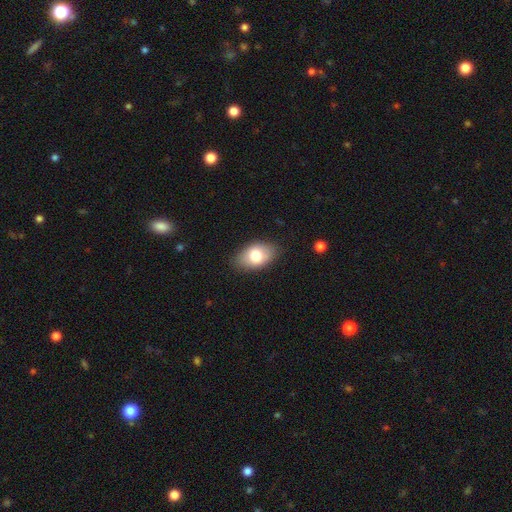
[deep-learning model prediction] A smooth galaxy with no disk features (77%) that is in between round and cigar-shaped (90%). Merging: none (84%).